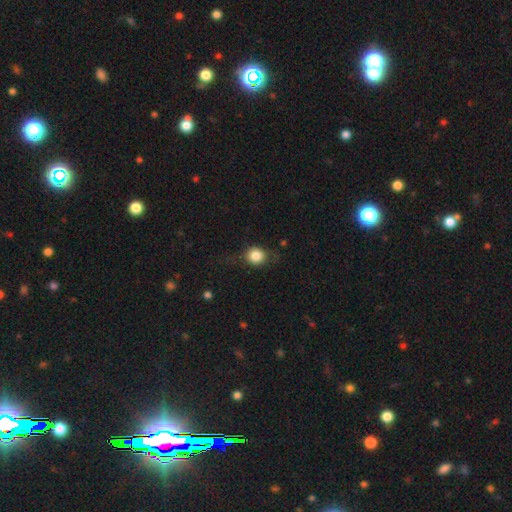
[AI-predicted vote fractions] smooth_or_featured: smooth (p=0.77) [alt: featured or disk p=0.14]
how_rounded: round (p=0.79) [alt: in between p=0.20]
merging: none (p=0.65) [alt: minor disturbance p=0.22]